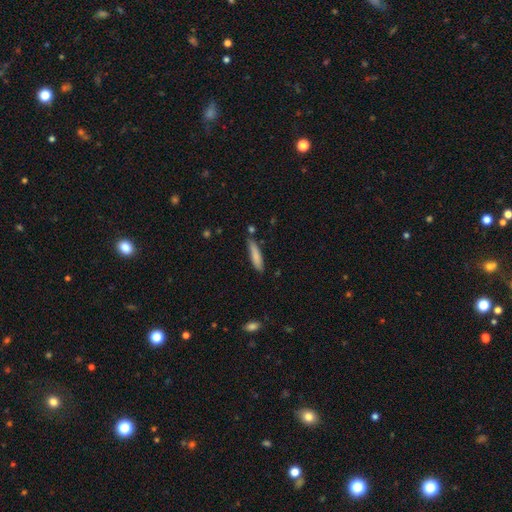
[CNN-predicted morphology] Overall: smooth (81%). How rounded: cigar-shaped (82%). Merging: none (72%).